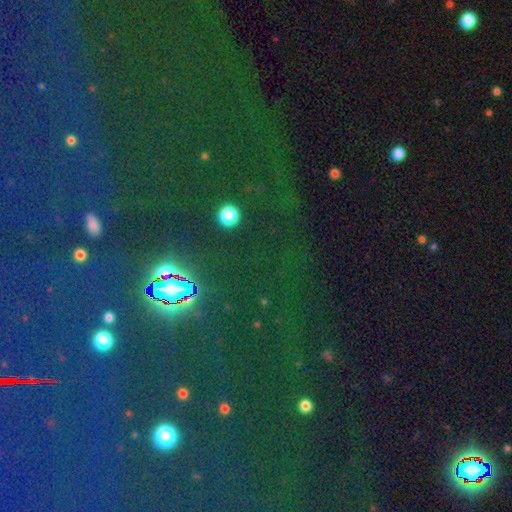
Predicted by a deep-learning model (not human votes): The model was most divided on "smooth or featured": star or artifact: 83%, smooth: 10%, featured or disk: 8%.